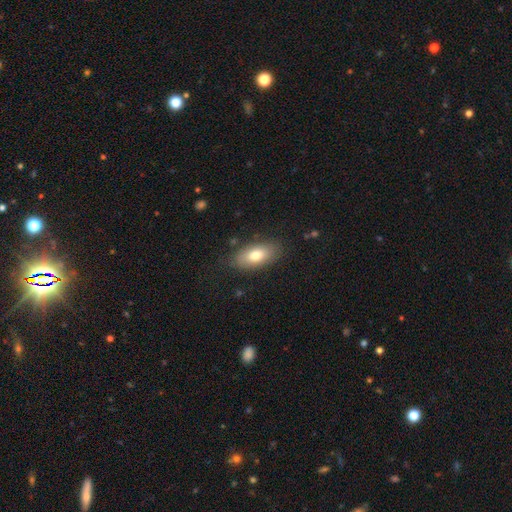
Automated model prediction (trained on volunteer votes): smooth 76%, featured or disk 17%, star or artifact 7%. Down the decision tree: how rounded — in between (88%); merging — none (82%).